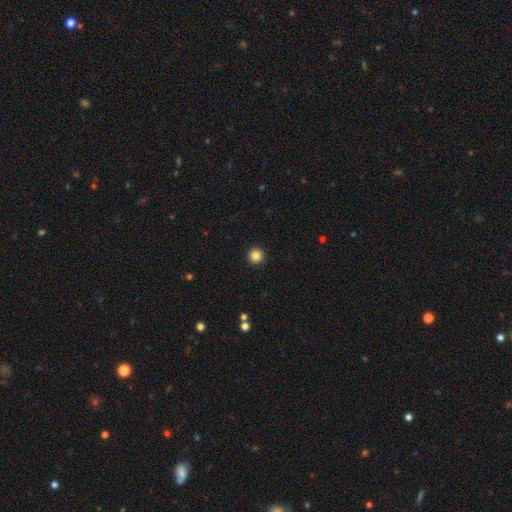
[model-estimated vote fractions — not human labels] Overall: smooth (85%). How rounded: round (96%). Merging: none (94%).